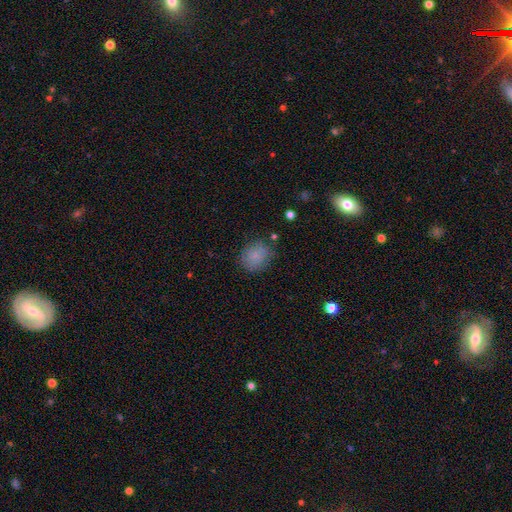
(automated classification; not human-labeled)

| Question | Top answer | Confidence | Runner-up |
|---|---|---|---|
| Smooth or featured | smooth | 81% | star or artifact (10%) |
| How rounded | round | 71% | in between (28%) |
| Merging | none | 77% | minor disturbance (16%) |